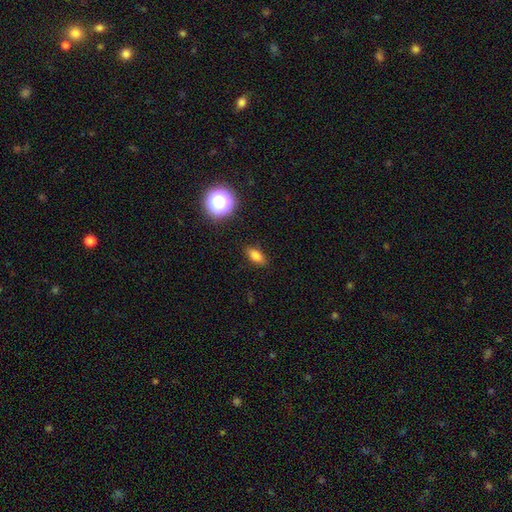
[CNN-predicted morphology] A smooth galaxy with no disk features (79%) that is in between round and cigar-shaped (81%).

Vote fractions:
- Smooth or featured? smooth: 79% / star or artifact: 13% / featured or disk: 8%
- How rounded? in between: 81% / round: 10% / cigar-shaped: 8%
- Merging? none: 86% / minor disturbance: 10% / major disturbance: 3% / merger: 1%